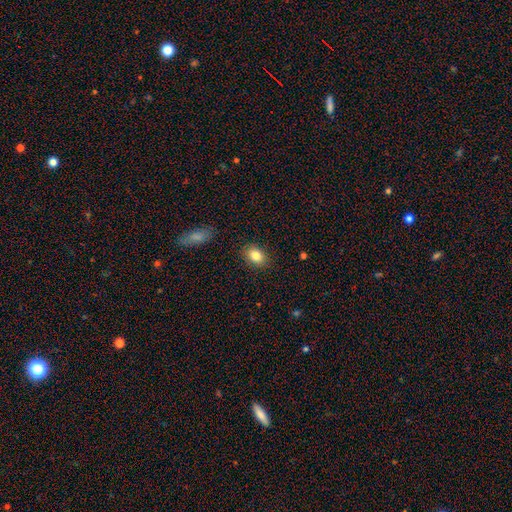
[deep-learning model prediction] Smooth or featured? smooth (84%)
How rounded? in between (74%)
Merging? none (87%)